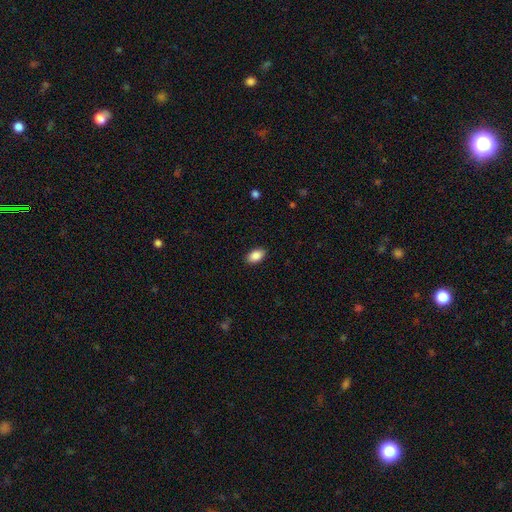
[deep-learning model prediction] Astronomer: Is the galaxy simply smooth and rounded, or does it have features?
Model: smooth — 89%.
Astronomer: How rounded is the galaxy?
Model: in between — 92%.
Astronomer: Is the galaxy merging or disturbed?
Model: none — 89%.